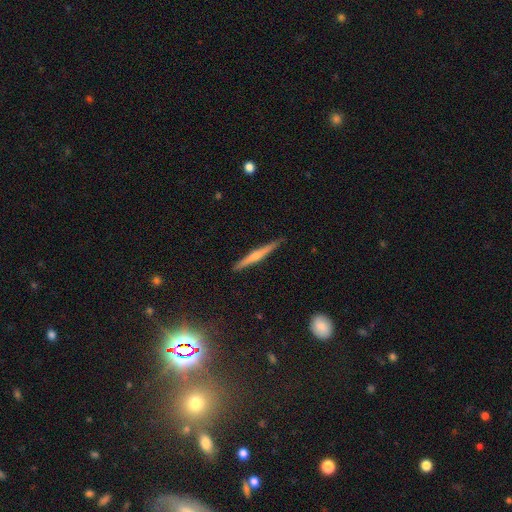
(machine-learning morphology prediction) featured or disk 65%, smooth 23%, star or artifact 12%. Down the decision tree: edge-on disk — yes (97%); edge-on bulge — rounded (78%); merging — none (90%).